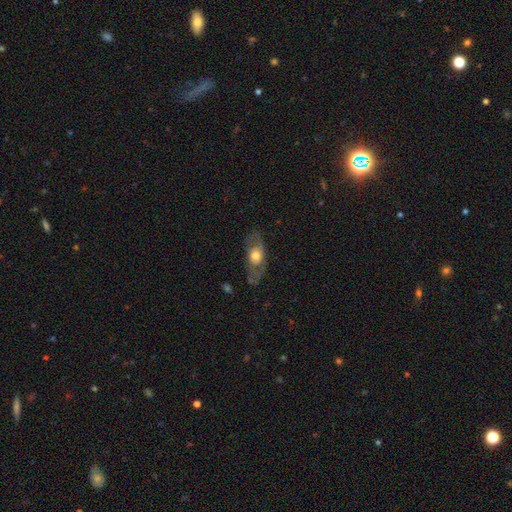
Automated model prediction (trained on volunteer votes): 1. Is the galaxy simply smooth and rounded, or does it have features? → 55% featured or disk, 39% smooth, 6% star or artifact.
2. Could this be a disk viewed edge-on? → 74% no, 26% yes.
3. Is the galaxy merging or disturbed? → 69% none, 18% minor disturbance, 11% major disturbance, 2% merger.